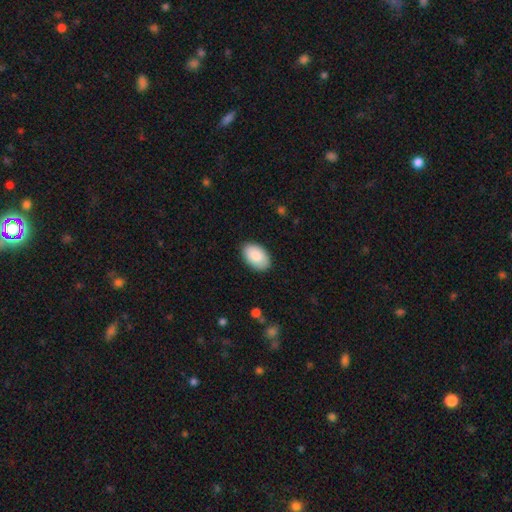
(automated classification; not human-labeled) Overall: smooth (88%). How rounded: in between (93%). Merging: none (88%).